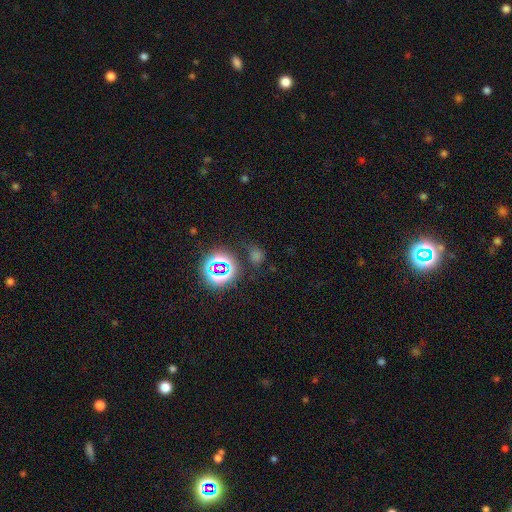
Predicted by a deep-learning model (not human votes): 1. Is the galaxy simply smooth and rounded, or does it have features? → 57% star or artifact, 34% smooth, 10% featured or disk.